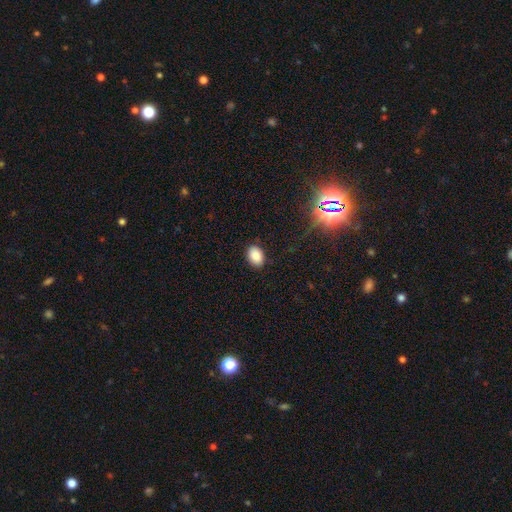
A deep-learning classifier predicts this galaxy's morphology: Smooth or featured: smooth — 87% (star or artifact — 10%)
How rounded: in between — 78% (round — 20%)
Merging: none — 86% (minor disturbance — 10%)